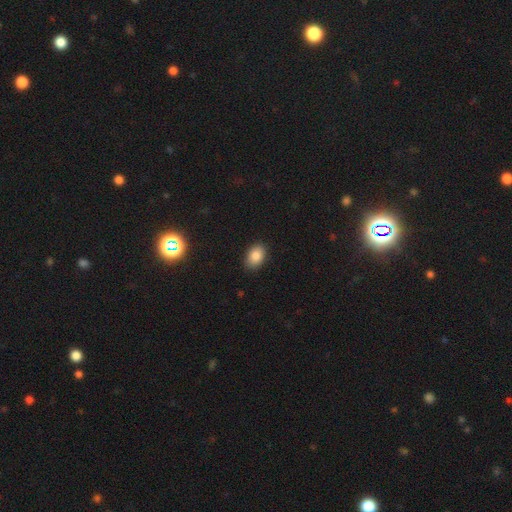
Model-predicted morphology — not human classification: Smooth or featured? smooth (86%)
How rounded? in between (85%)
Merging? none (87%)